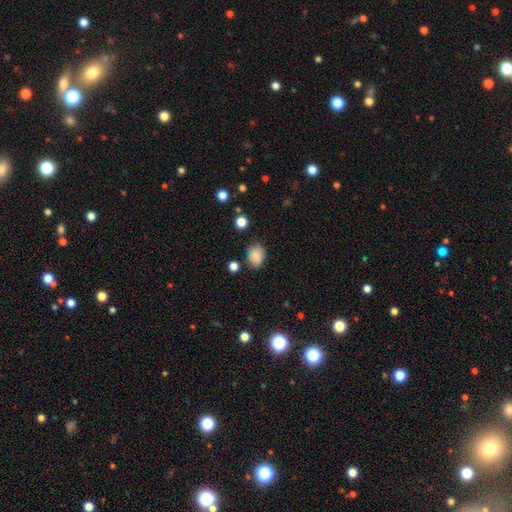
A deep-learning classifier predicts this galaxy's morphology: Smooth or featured?
  - smooth: 85% *
  - star or artifact: 9%
  - featured or disk: 6%
How rounded?
  - in between: 65% *
  - round: 34%
  - cigar-shaped: 1%
Merging?
  - none: 77% *
  - minor disturbance: 16%
  - major disturbance: 4%
  - merger: 3%